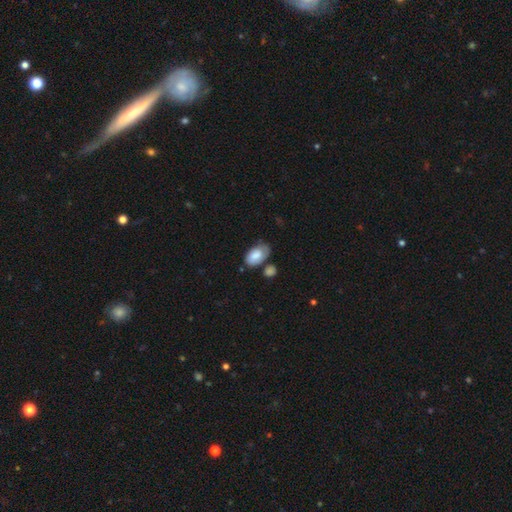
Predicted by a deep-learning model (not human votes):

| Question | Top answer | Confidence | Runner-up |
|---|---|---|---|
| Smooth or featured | smooth | 77% | featured or disk (16%) |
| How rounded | in between | 93% | round (6%) |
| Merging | none | 50% | minor disturbance (29%) |